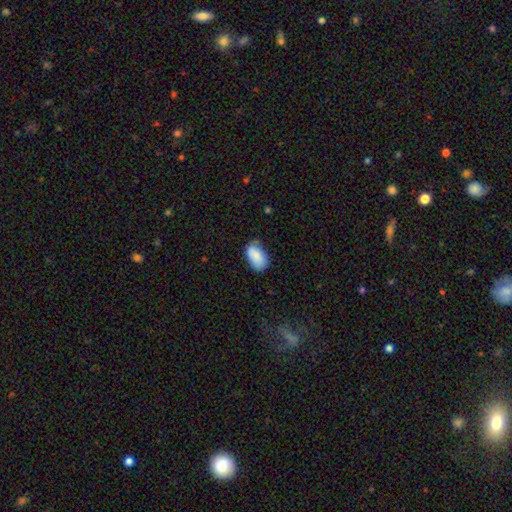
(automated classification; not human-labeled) This appears to be a smooth galaxy with no disk features (85%) that is in between round and cigar-shaped (94%). Merging: none (65%).